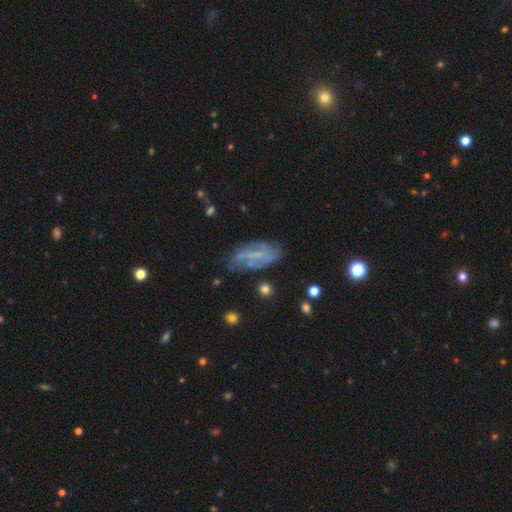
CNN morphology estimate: smooth_or_featured: featured or disk (p=0.67) [alt: smooth p=0.22]
disk_edge_on: no (p=0.91) [alt: yes p=0.09]
bar: weak (p=0.41) [alt: no p=0.30]
has_spiral_arms: yes (p=0.74) [alt: no p=0.26]
bulge_size: none (p=0.54) [alt: small p=0.31]
merging: none (p=0.60) [alt: minor disturbance p=0.23]